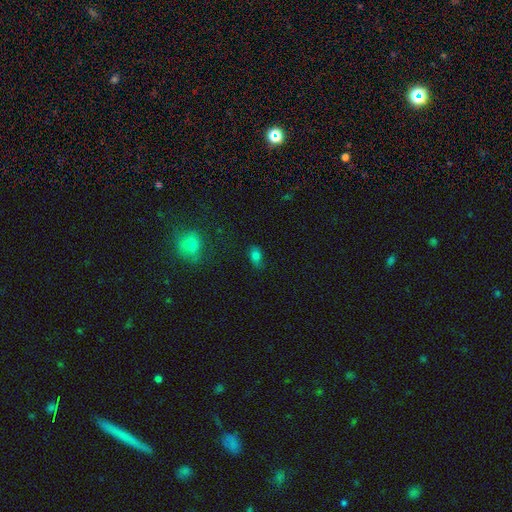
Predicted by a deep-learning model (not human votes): A smooth galaxy with no disk features (76%) that is in between round and cigar-shaped (80%).

Vote fractions:
- Smooth or featured? smooth: 76% / star or artifact: 14% / featured or disk: 9%
- How rounded? in between: 80% / round: 18% / cigar-shaped: 3%
- Merging? none: 71% / minor disturbance: 21% / major disturbance: 6% / merger: 2%